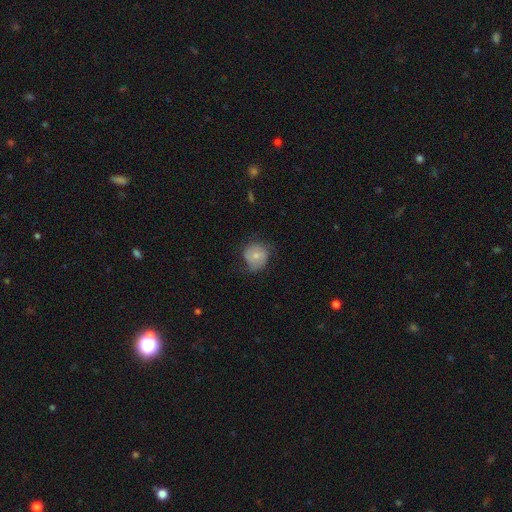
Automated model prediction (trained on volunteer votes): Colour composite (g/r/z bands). It shows a smooth galaxy with no disk features (64%) that is round (80%). Merging: none (57%).